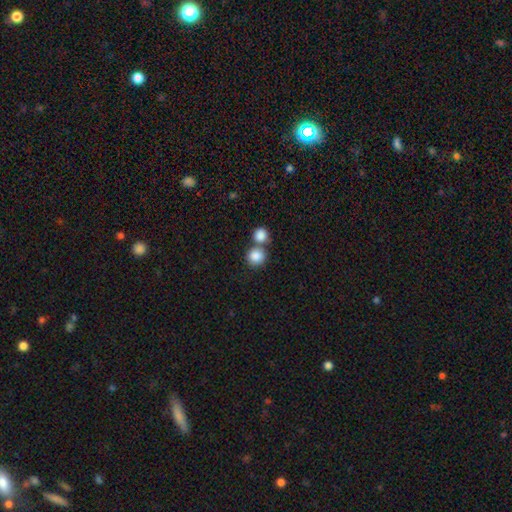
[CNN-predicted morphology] Q: Smooth or featured?
A: smooth (86%); runner-up: star or artifact (9%)
Q: How rounded?
A: round (86%); runner-up: in between (13%)
Q: Merging?
A: none (50%); runner-up: merger (40%)